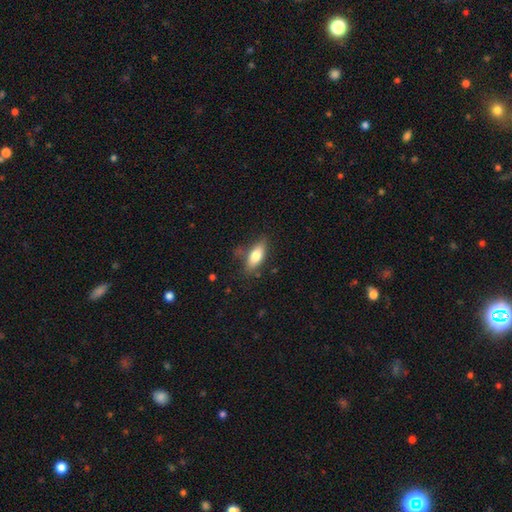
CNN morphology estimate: Smooth or featured? Predicted: smooth (p=0.74). How rounded? Predicted: in between (p=0.75). Merging? Predicted: none (p=0.75).